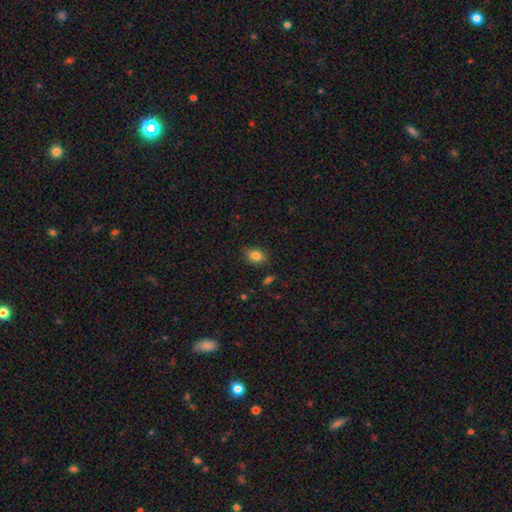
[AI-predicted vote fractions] The model was most divided on "how rounded": in between: 58%, round: 41%, cigar-shaped: 1%. More confident: smooth or featured — smooth (82%); merging — none (80%).